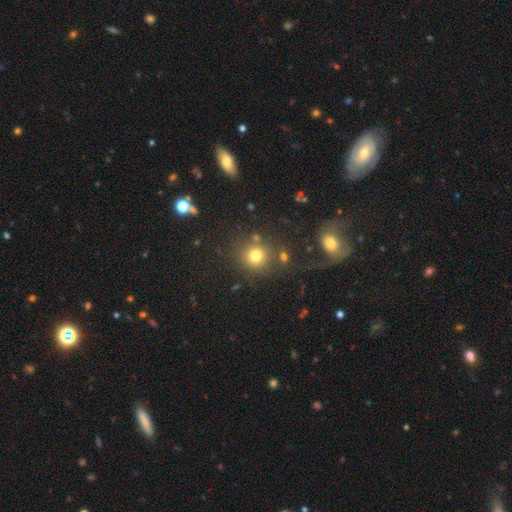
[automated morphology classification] The model was most divided on "smooth or featured": smooth: 75%, star or artifact: 16%, featured or disk: 8%. More confident: how rounded — round (90%); merging — none (77%).